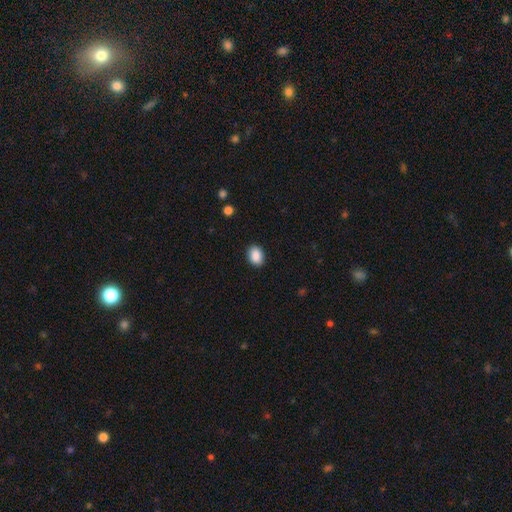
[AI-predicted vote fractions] smooth-or-featured: smooth: 89% | star or artifact: 8% | featured or disk: 3%
  how-rounded: in between: 71% | round: 28% | cigar-shaped: 1%
  merging: none: 89% | minor disturbance: 8% | major disturbance: 2% | merger: 1%